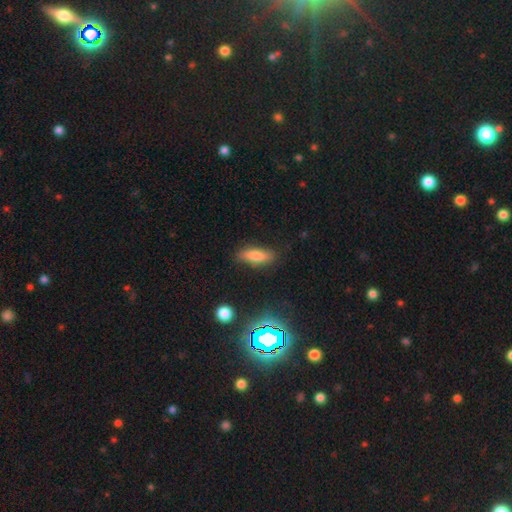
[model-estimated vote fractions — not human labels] Q: Smooth or featured?
A: smooth (75%); runner-up: featured or disk (14%)
Q: How rounded?
A: in between (55%); runner-up: cigar-shaped (42%)
Q: Merging?
A: none (82%); runner-up: minor disturbance (13%)